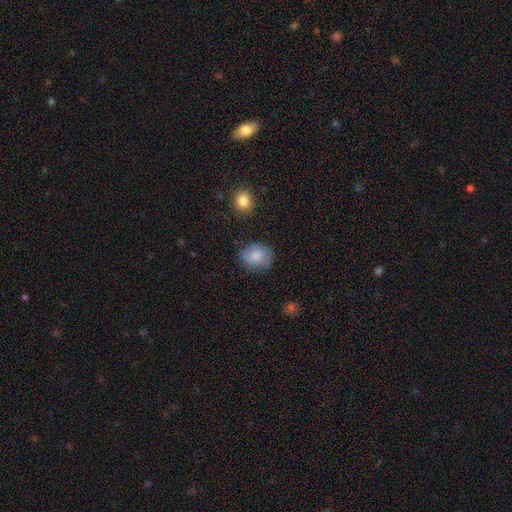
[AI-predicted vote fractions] smooth-or-featured: smooth: 80% | featured or disk: 12% | star or artifact: 8%
  how-rounded: round: 62% | in between: 37% | cigar-shaped: 1%
  merging: none: 68% | minor disturbance: 23% | major disturbance: 6% | merger: 2%